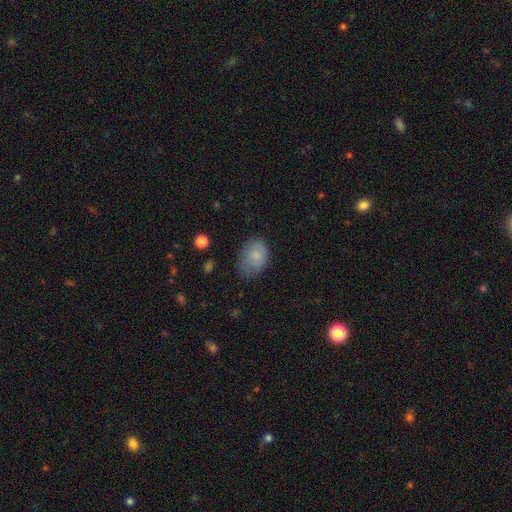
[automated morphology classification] Smooth or featured: smooth — 81% (featured or disk — 11%)
How rounded: in between — 74% (round — 25%)
Merging: none — 54% (minor disturbance — 33%)